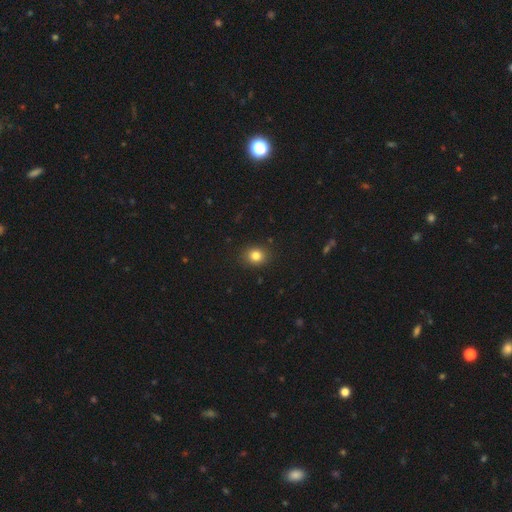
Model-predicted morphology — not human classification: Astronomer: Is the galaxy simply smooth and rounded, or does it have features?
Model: smooth — 82%.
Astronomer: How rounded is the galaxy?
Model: round — 67%.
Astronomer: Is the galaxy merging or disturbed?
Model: none — 89%.